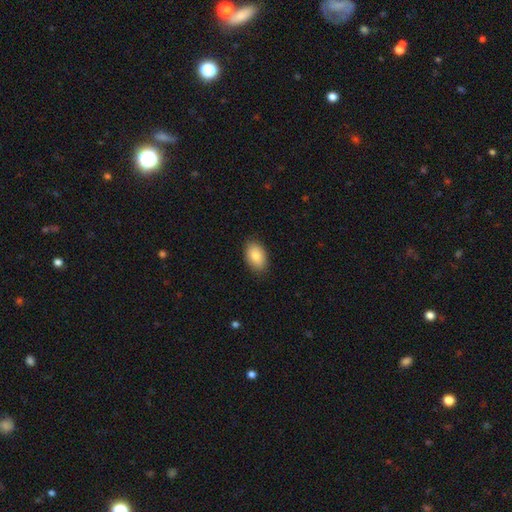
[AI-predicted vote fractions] smooth 86%, featured or disk 7%, star or artifact 7%. Down the decision tree: how rounded — in between (90%); merging — none (87%).